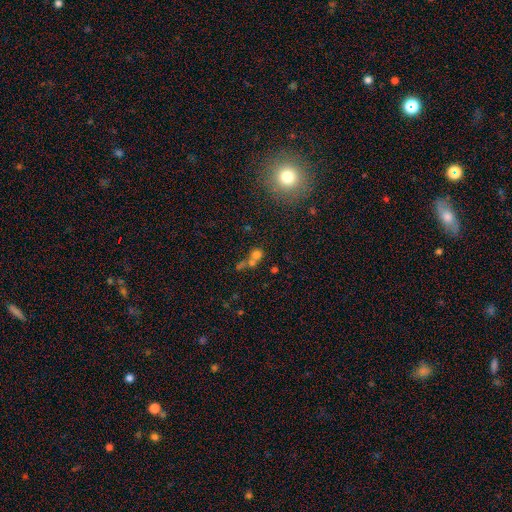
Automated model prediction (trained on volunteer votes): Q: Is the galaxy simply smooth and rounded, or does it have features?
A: smooth — 57%.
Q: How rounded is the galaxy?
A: round — 80%.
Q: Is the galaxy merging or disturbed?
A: none — 45%.